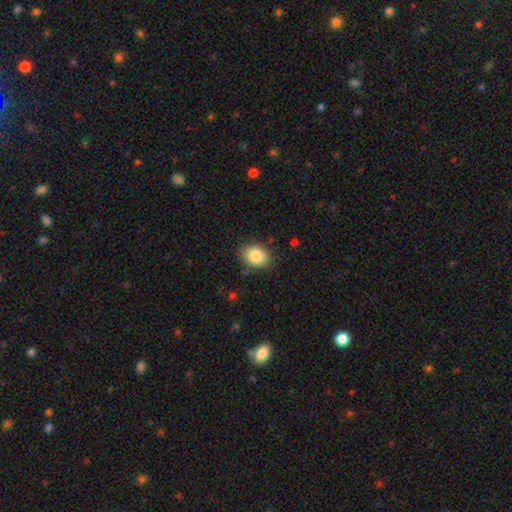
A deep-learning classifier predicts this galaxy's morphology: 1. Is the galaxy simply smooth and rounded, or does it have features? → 86% smooth, 8% star or artifact, 7% featured or disk.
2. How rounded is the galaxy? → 74% in between, 25% round, 1% cigar-shaped.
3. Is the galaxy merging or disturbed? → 84% none, 12% minor disturbance, 3% major disturbance, 1% merger.